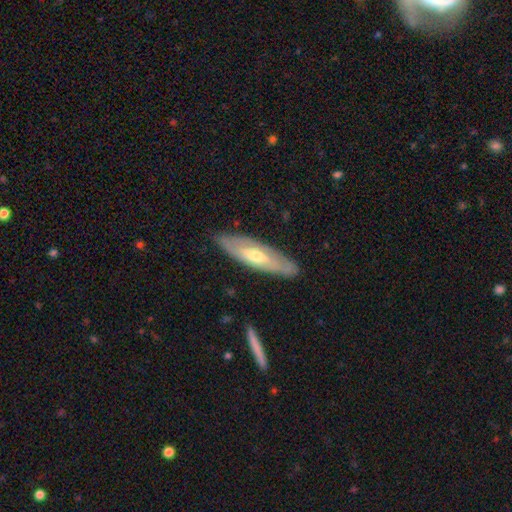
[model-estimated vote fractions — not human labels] Smooth or featured?
  - featured or disk: 56% *
  - smooth: 39%
  - star or artifact: 5%
Edge-on disk?
  - no: 58% *
  - yes: 42%
Merging?
  - none: 82% *
  - minor disturbance: 14%
  - major disturbance: 3%
  - merger: 1%